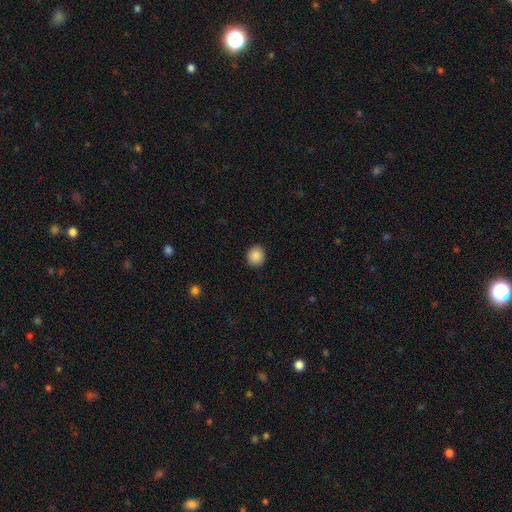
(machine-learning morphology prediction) smooth_or_featured: smooth (p=0.88) [alt: star or artifact p=0.09]
how_rounded: round (p=0.85) [alt: in between p=0.14]
merging: none (p=0.91) [alt: minor disturbance p=0.06]